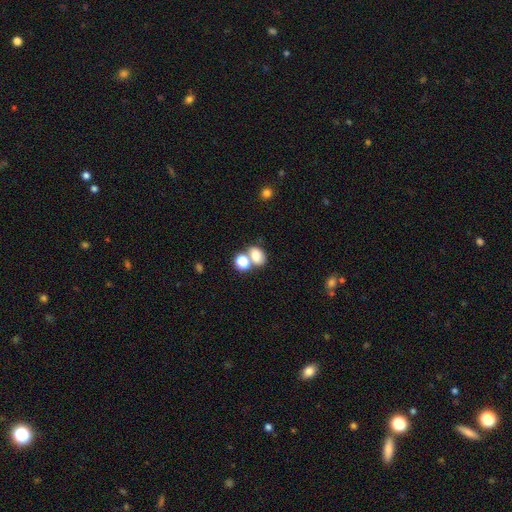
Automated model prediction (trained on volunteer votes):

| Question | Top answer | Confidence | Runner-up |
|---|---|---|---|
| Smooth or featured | smooth | 76% | star or artifact (12%) |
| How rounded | in between | 64% | round (35%) |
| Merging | merger | 45% | none (39%) |